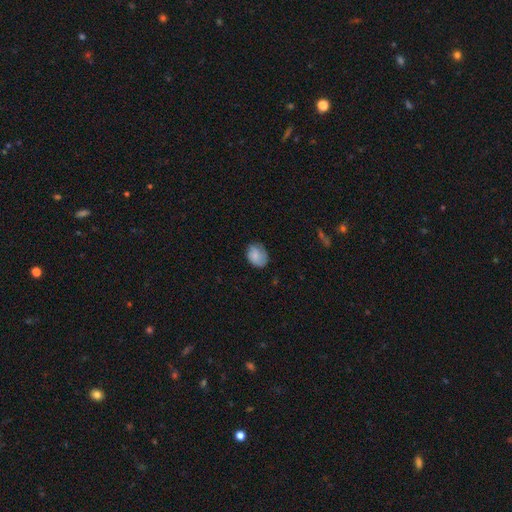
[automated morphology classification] This is likely a smooth galaxy (75%). How rounded: likely in between (60%). Merging: likely none (64%).